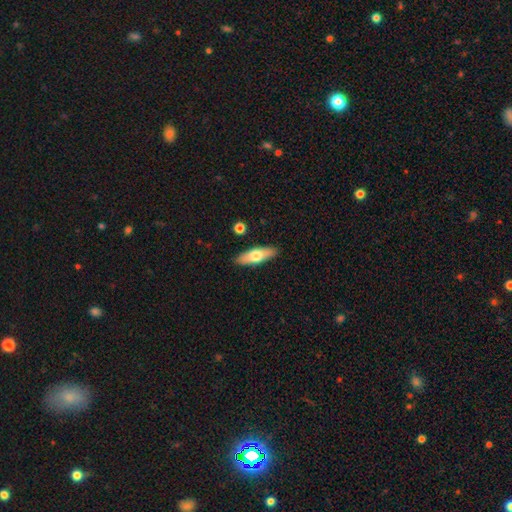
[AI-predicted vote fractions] Morphology: type=smooth (60%); roundness=in between (49%); merging=none (88%).